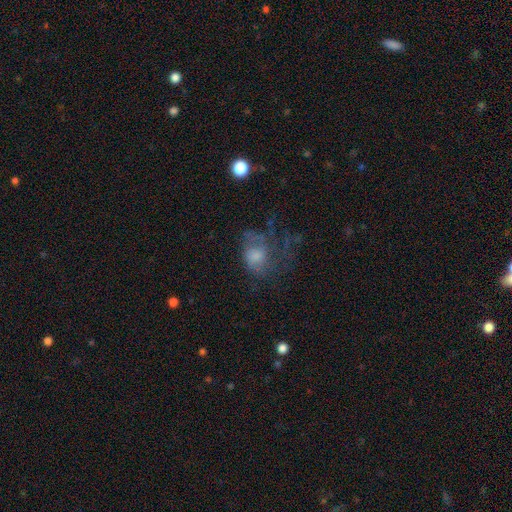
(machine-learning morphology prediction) smooth-or-featured: featured or disk: 42% | smooth: 41% | star or artifact: 17%
  merging: major disturbance: 44% | none: 34% | minor disturbance: 19% | merger: 3%